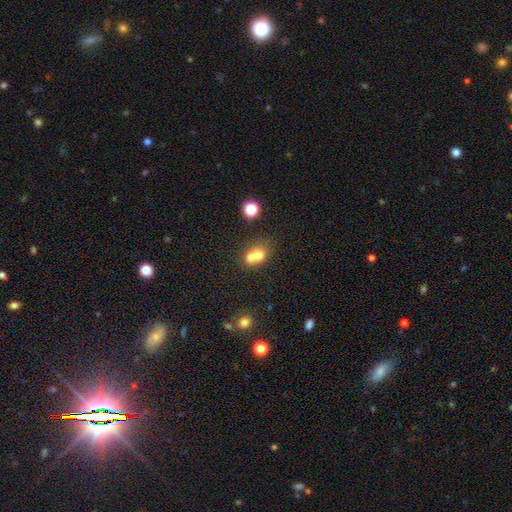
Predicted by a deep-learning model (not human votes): Smooth or featured? smooth (67%)
How rounded? round (62%)
Merging? merger (64%)